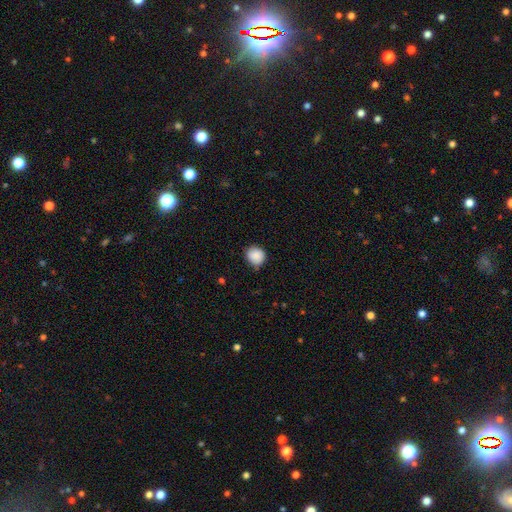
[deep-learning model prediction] Smooth or featured: smooth — 87% (star or artifact — 8%)
How rounded: round — 86% (in between — 13%)
Merging: none — 79% (minor disturbance — 17%)